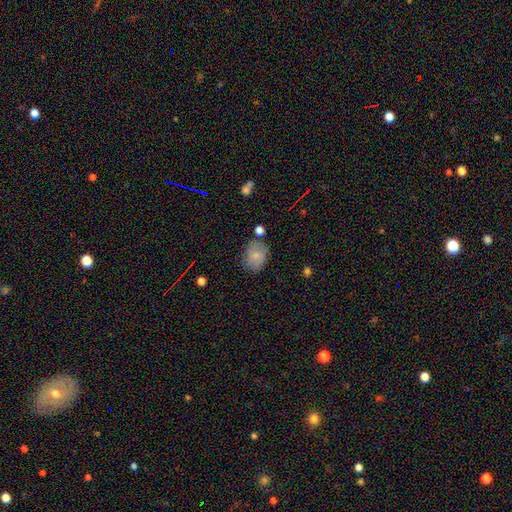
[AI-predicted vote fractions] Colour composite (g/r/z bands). It shows a smooth galaxy with no disk features (75%) that is in between round and cigar-shaped (56%). Merging: none (71%).